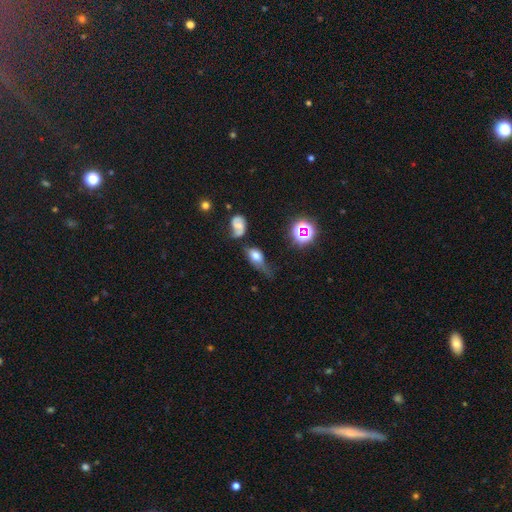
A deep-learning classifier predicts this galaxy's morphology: Smooth or featured? smooth (56%)
How rounded? in between (73%)
Merging? major disturbance (33%)